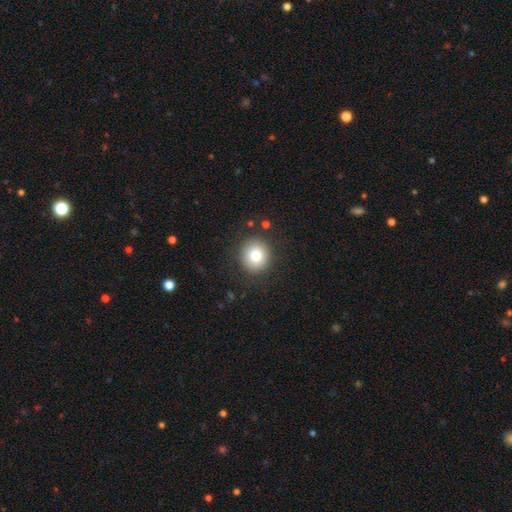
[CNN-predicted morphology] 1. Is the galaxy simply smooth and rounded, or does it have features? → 78% smooth, 11% featured or disk, 11% star or artifact.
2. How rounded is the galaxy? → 88% round, 11% in between, 1% cigar-shaped.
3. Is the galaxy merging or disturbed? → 88% none, 7% minor disturbance, 3% major disturbance, 2% merger.